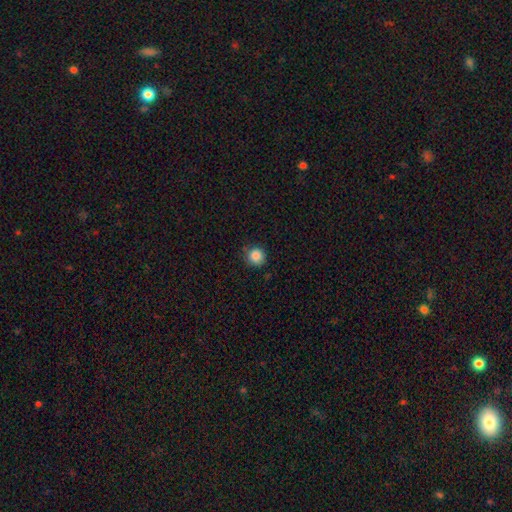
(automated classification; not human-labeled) Smooth or featured? Predicted: smooth (p=0.86). How rounded? Predicted: round (p=0.91). Merging? Predicted: none (p=0.81).